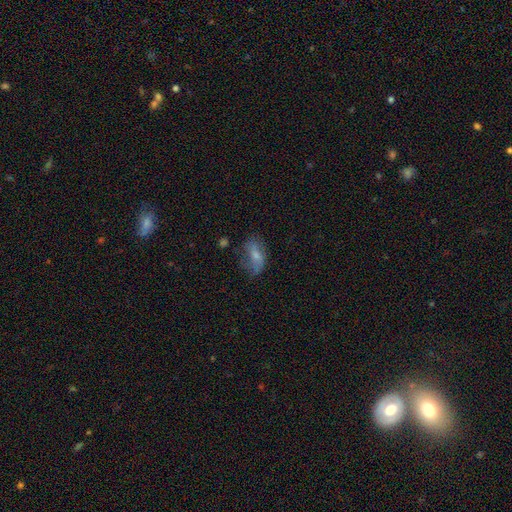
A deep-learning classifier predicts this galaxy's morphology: Q: Smooth or featured?
A: smooth (59%); runner-up: featured or disk (32%)
Q: How rounded?
A: in between (88%); runner-up: round (7%)
Q: Merging?
A: none (45%); runner-up: minor disturbance (30%)